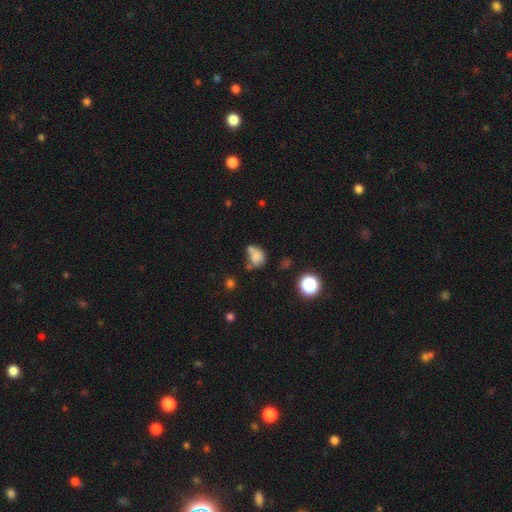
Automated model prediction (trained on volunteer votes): smooth_or_featured: smooth (p=0.70) [alt: star or artifact p=0.15]
how_rounded: in between (p=0.62) [alt: round p=0.36]
merging: merger (p=0.35) [alt: none p=0.30]